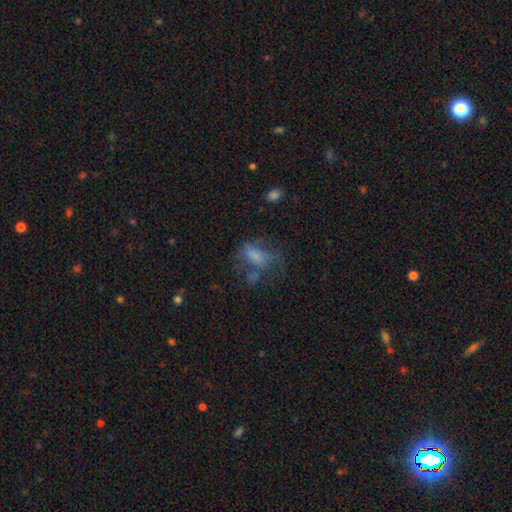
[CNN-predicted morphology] smooth-or-featured: smooth: 52% | featured or disk: 33% | star or artifact: 15%
  how-rounded: in between: 80% | round: 15% | cigar-shaped: 6%
  merging: major disturbance: 39% | none: 30% | minor disturbance: 20% | merger: 11%